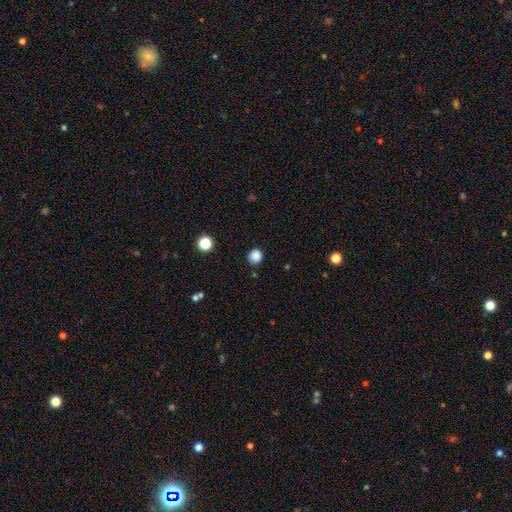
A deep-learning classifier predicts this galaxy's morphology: Q: Smooth or featured?
A: smooth (85%); runner-up: star or artifact (12%)
Q: How rounded?
A: round (85%); runner-up: in between (14%)
Q: Merging?
A: none (86%); runner-up: minor disturbance (10%)